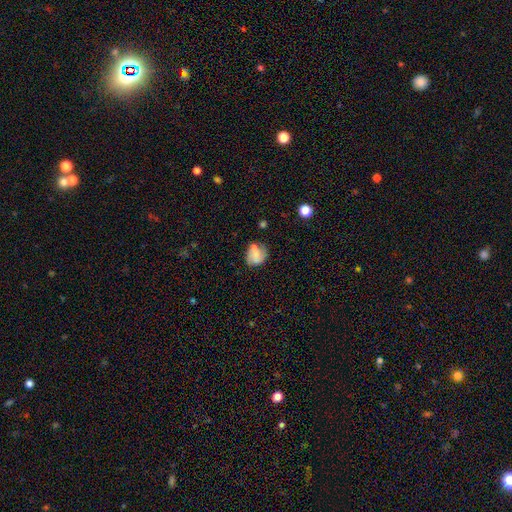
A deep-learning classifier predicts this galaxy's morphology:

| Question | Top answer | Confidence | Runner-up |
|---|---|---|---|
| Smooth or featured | smooth | 62% | featured or disk (28%) |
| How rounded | round | 60% | in between (39%) |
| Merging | none | 50% | minor disturbance (27%) |